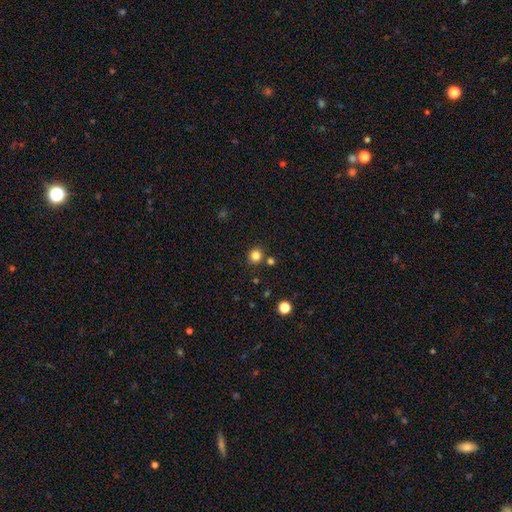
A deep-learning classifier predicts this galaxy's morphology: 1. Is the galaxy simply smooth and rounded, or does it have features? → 82% smooth, 13% star or artifact, 5% featured or disk.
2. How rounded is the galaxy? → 85% round, 14% in between, 1% cigar-shaped.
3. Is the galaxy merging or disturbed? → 83% none, 8% minor disturbance, 7% merger, 2% major disturbance.